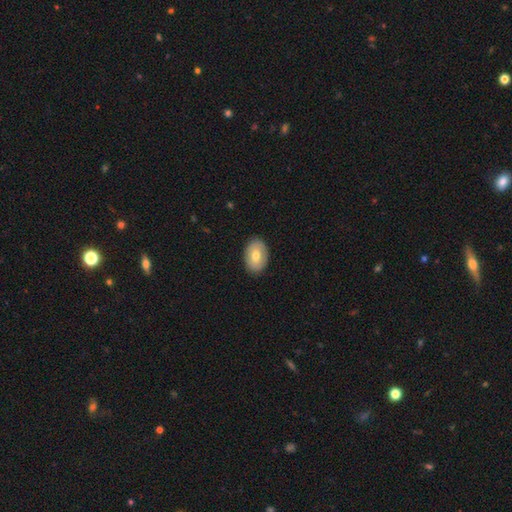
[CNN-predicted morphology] A smooth galaxy with no disk features (69%) that is in between round and cigar-shaped (85%).

Vote fractions:
- Smooth or featured? smooth: 69% / featured or disk: 24% / star or artifact: 6%
- How rounded? in between: 85% / round: 14% / cigar-shaped: 1%
- Merging? none: 87% / minor disturbance: 10% / major disturbance: 2% / merger: 1%